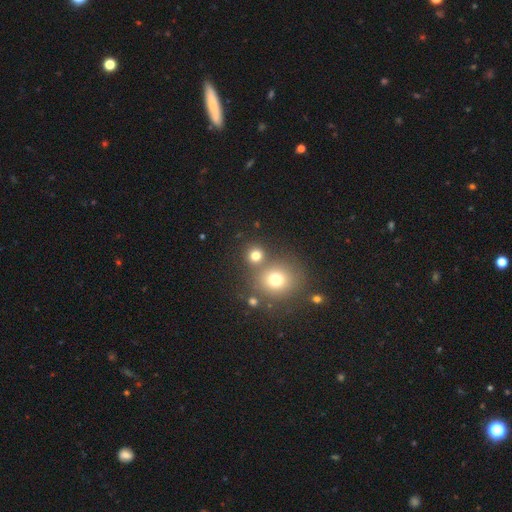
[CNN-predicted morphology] smooth_or_featured: smooth (p=0.75) [alt: star or artifact p=0.17]
how_rounded: round (p=0.88) [alt: in between p=0.11]
merging: none (p=0.66) [alt: merger p=0.23]